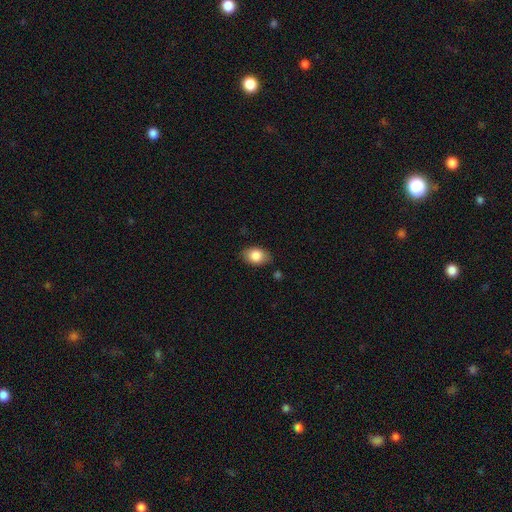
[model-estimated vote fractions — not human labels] This is clearly a smooth galaxy (84%). How rounded: clearly in between (82%). Merging: clearly none (81%).